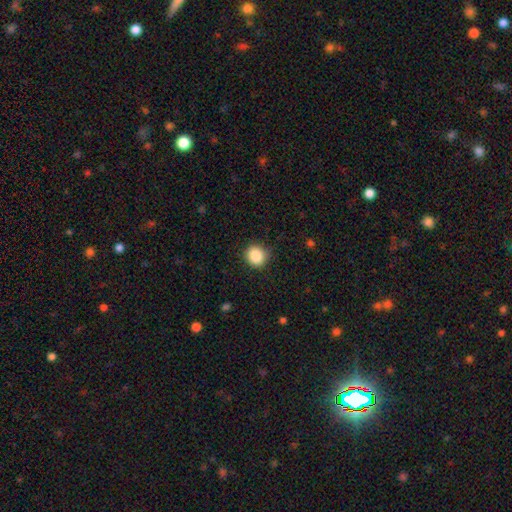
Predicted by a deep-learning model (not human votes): Morphology: type=smooth (88%); roundness=round (87%); merging=none (86%).